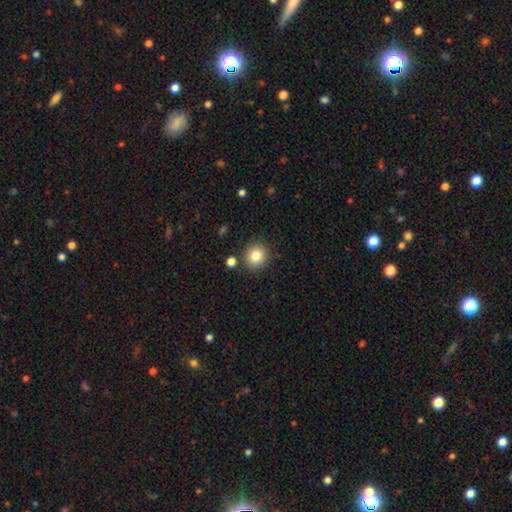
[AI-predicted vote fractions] This is clearly a smooth galaxy (82%). How rounded: clearly round (85%). Merging: clearly none (86%).